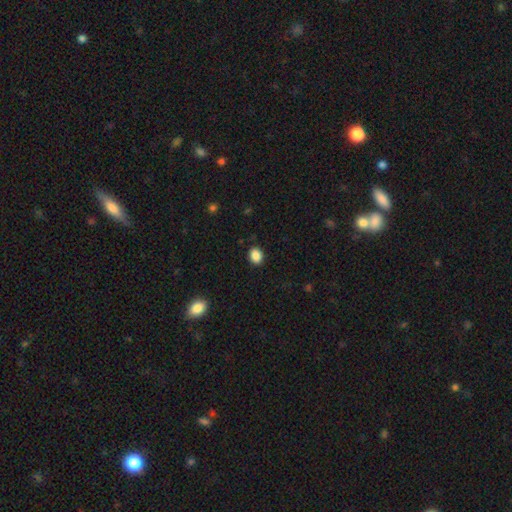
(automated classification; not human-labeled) Smooth or featured? smooth (88%)
How rounded? in between (55%)
Merging? none (89%)